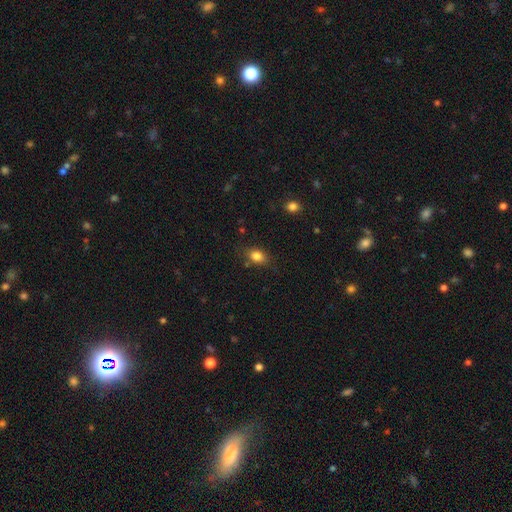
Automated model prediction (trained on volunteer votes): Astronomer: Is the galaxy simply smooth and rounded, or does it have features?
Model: smooth — 82%.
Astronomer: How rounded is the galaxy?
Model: in between — 71%.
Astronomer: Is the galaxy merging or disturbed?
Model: none — 78%.